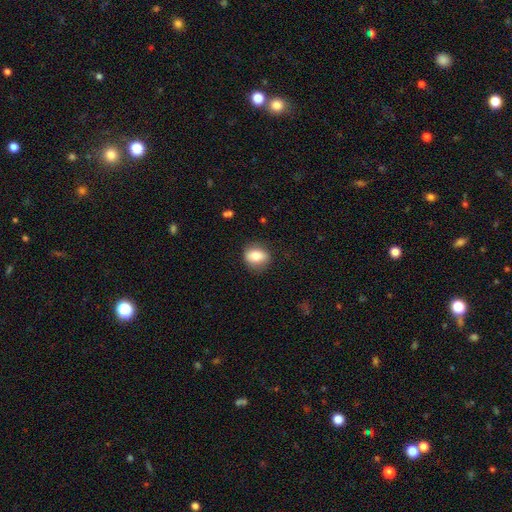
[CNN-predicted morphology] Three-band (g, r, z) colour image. It shows a smooth galaxy with no disk features (75%) that is round (54%). Merging: none (81%).